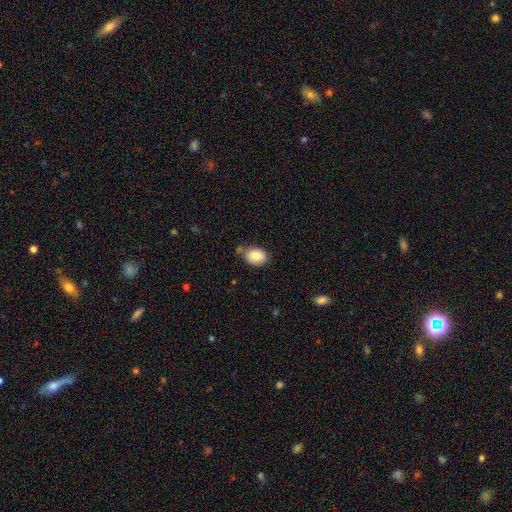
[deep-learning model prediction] smooth 84%, featured or disk 8%, star or artifact 8%. Down the decision tree: how rounded — in between (79%); merging — none (70%).